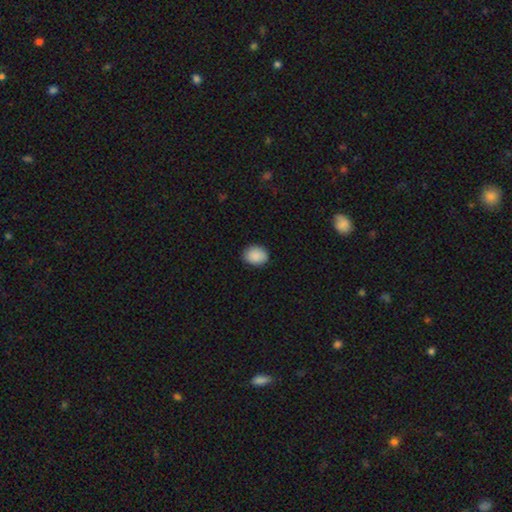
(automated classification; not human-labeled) The model was most divided on "how rounded": in between: 55%, round: 44%, cigar-shaped: 1%. More confident: smooth or featured — smooth (90%); merging — none (88%).